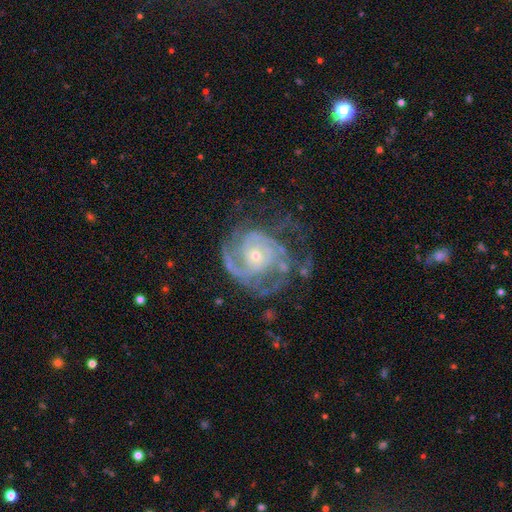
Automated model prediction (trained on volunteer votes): A featured or disk galaxy (90%) with no bar (76%), 2 (33%) tight (64%) spiral arms (96%) and a small central bulge (66%). Merging: none (54%).